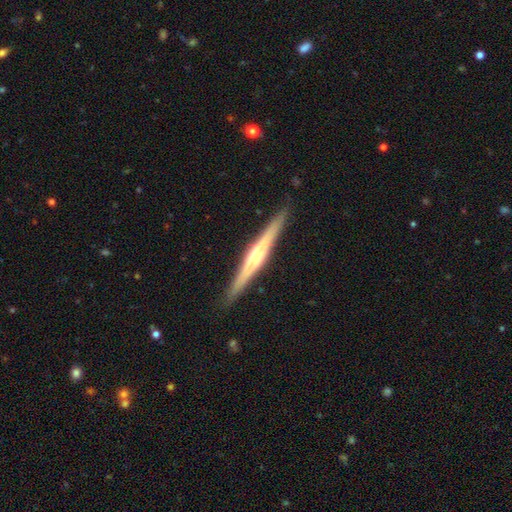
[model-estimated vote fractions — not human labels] This appears to be a featured or disk galaxy (73%) viewed edge-on (98%) with a rounded central bulge (57%). Merging: none (90%).